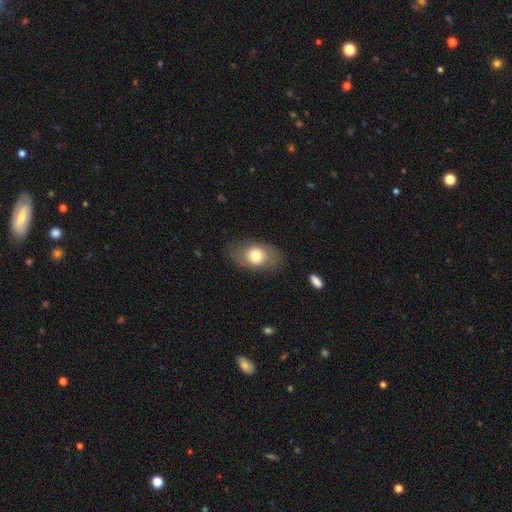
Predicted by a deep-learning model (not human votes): The model was most divided on "smooth or featured": smooth: 69%, featured or disk: 24%, star or artifact: 7%. More confident: how rounded — in between (81%); merging — none (79%).